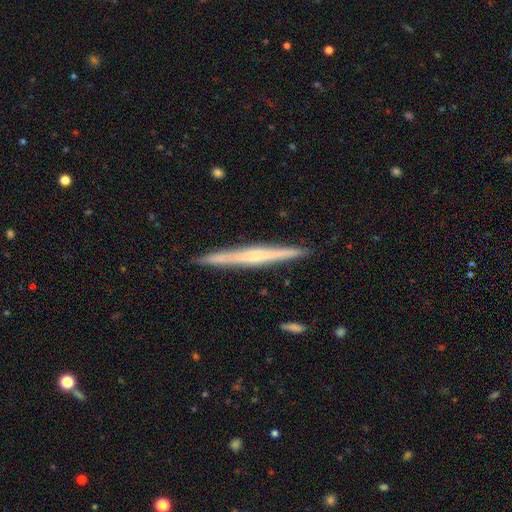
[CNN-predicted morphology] featured or disk 67%, smooth 27%, star or artifact 6%. Down the decision tree: edge-on disk — yes (98%); edge-on bulge — rounded (46%); merging — none (92%).